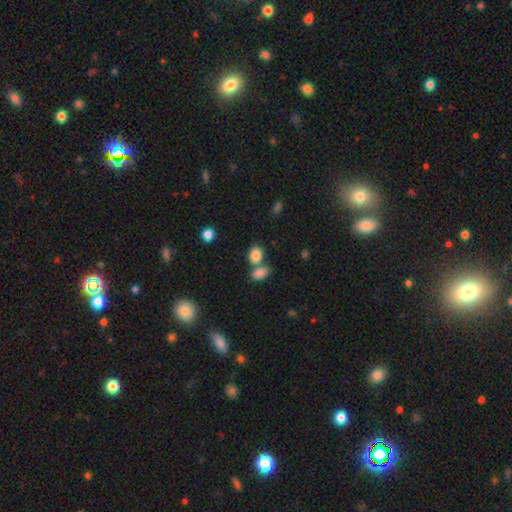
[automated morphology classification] smooth 85%, star or artifact 9%, featured or disk 6%. Down the decision tree: how rounded — in between (63%); merging — none (48%).